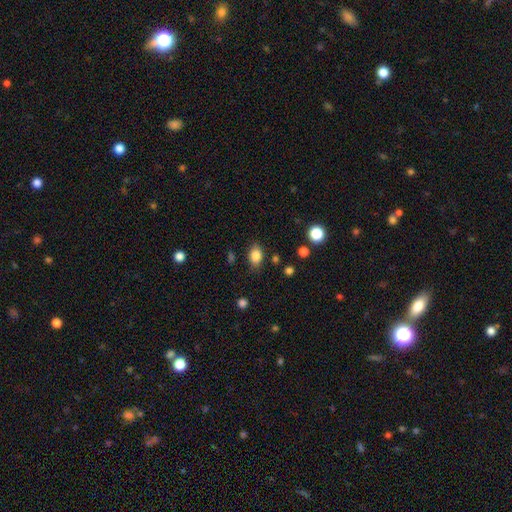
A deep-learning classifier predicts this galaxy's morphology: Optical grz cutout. It shows a smooth galaxy with no disk features (84%) that is in between round and cigar-shaped (75%). Merging: none (80%).